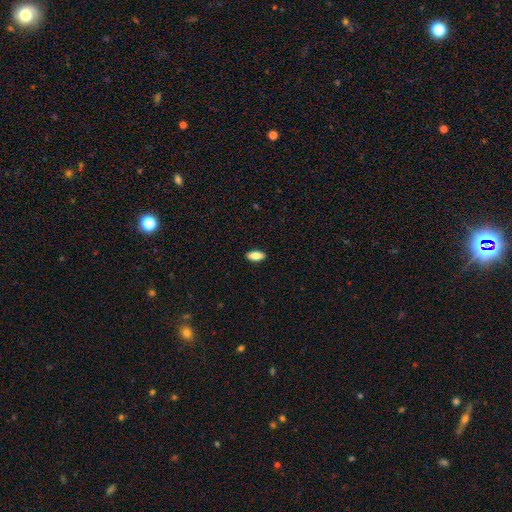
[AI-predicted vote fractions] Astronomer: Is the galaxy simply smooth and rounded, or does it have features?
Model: smooth — 84%.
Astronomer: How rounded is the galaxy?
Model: in between — 83%.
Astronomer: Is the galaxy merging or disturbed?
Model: none — 90%.